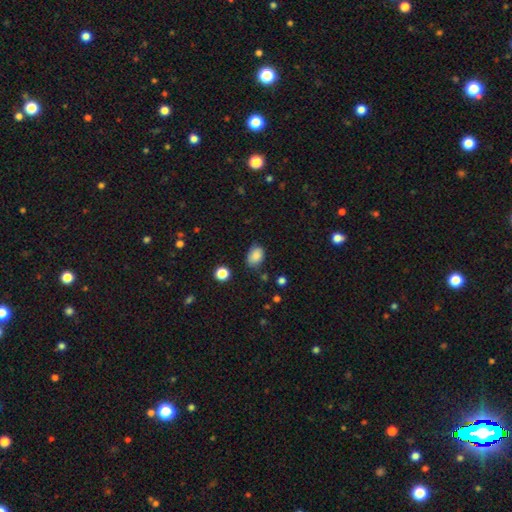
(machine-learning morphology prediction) Q: Smooth or featured?
A: smooth (86%); runner-up: star or artifact (9%)
Q: How rounded?
A: in between (76%); runner-up: round (23%)
Q: Merging?
A: none (72%); runner-up: minor disturbance (21%)